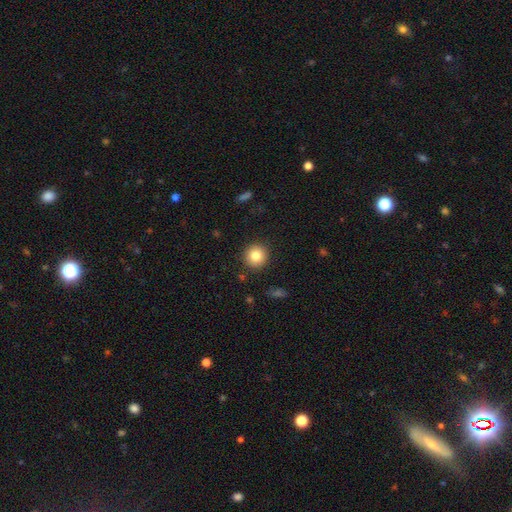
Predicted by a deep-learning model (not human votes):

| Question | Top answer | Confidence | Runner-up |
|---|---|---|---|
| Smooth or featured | smooth | 82% | star or artifact (10%) |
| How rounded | round | 93% | in between (6%) |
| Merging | none | 91% | minor disturbance (6%) |